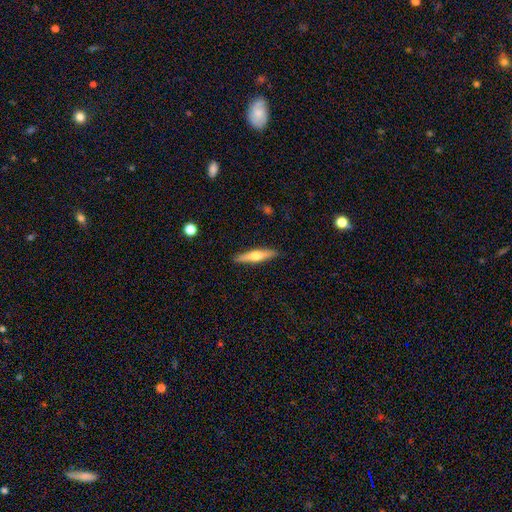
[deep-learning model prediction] Smooth or featured? featured or disk (53%)
Edge-on disk? yes (95%)
Merging? none (90%)